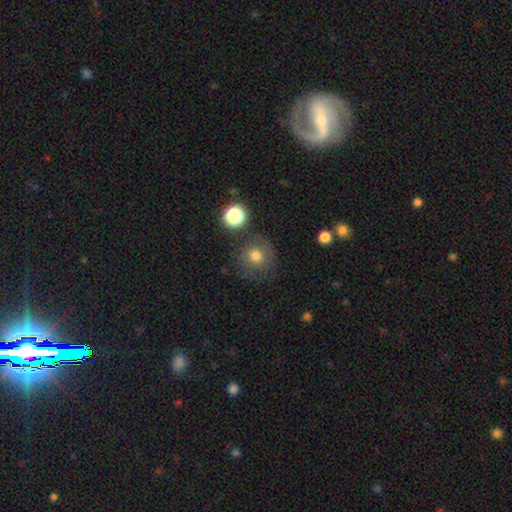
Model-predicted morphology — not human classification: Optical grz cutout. It shows a smooth galaxy with no disk features (74%) that is round (90%). Merging: none (75%).